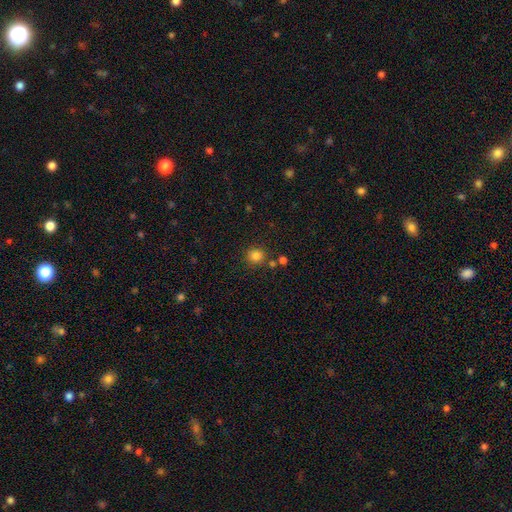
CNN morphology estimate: Smooth or featured? Predicted: smooth (p=0.84). How rounded? Predicted: round (p=0.90). Merging? Predicted: none (p=0.82).